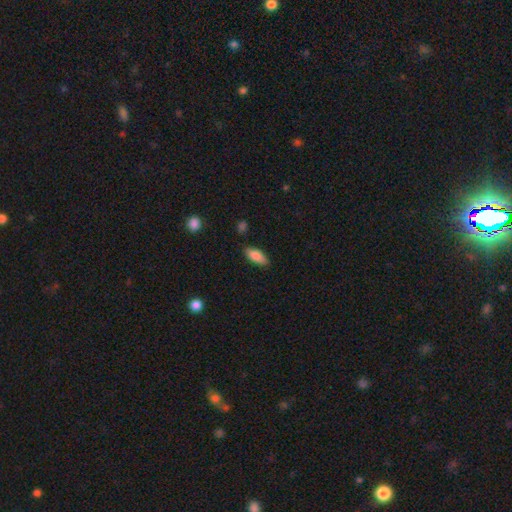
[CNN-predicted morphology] A smooth galaxy with no disk features (84%) that is in between round and cigar-shaped (80%).

Vote fractions:
- Smooth or featured? smooth: 84% / featured or disk: 10% / star or artifact: 7%
- How rounded? in between: 80% / cigar-shaped: 18% / round: 2%
- Merging? none: 83% / minor disturbance: 13% / major disturbance: 2% / merger: 2%